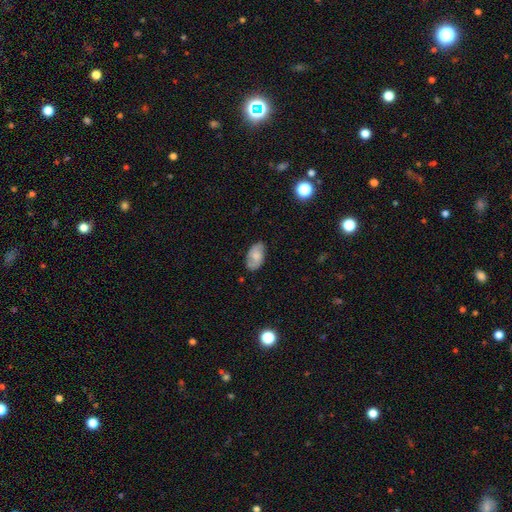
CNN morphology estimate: A smooth galaxy with no disk features (64%) that is in between round and cigar-shaped (93%). Merging: none (77%).